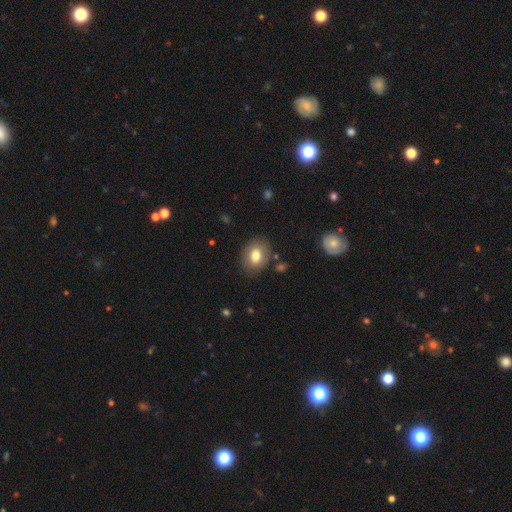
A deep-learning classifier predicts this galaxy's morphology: The model was most divided on "how rounded": in between: 51%, round: 48%, cigar-shaped: 1%. More confident: merging — none (83%); smooth or featured — smooth (79%).